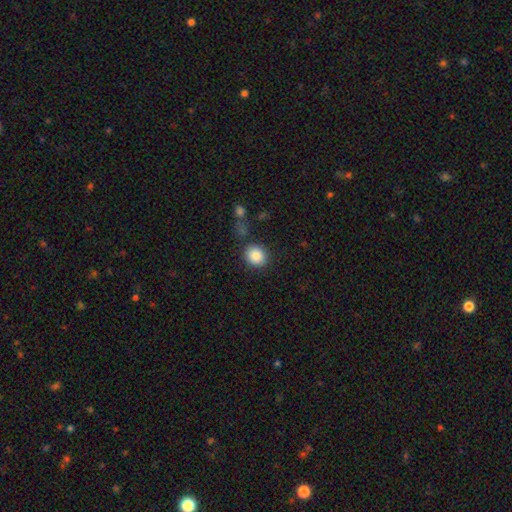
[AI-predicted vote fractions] Q: Smooth or featured?
A: smooth (86%); runner-up: star or artifact (9%)
Q: How rounded?
A: round (81%); runner-up: in between (18%)
Q: Merging?
A: none (82%); runner-up: minor disturbance (9%)